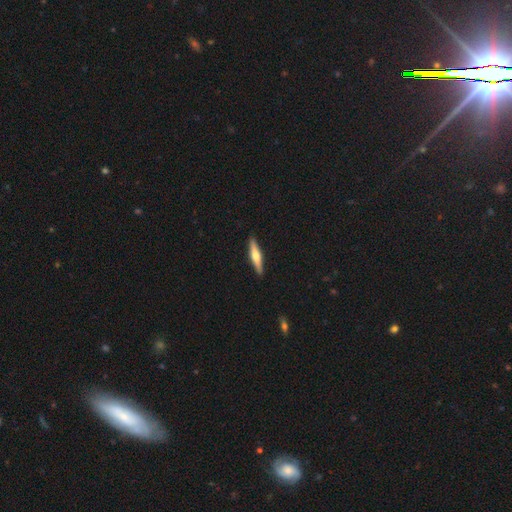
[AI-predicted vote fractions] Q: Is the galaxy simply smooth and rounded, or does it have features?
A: featured or disk — 56%.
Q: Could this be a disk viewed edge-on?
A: yes — 97%.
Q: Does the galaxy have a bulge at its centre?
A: rounded — 87%.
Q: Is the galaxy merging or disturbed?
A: none — 91%.